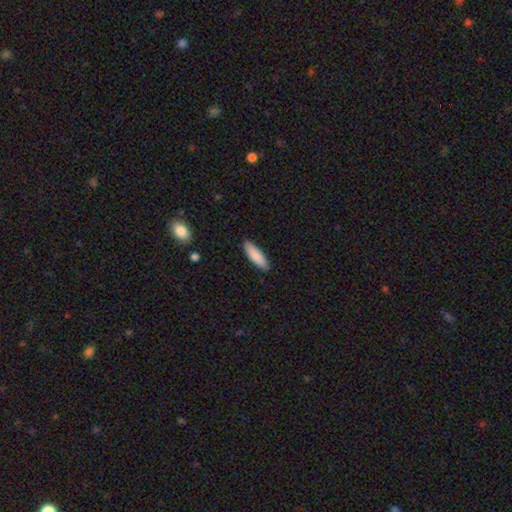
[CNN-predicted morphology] smooth-or-featured: smooth: 86% | featured or disk: 9% | star or artifact: 6%
  how-rounded: cigar-shaped: 54% | in between: 45% | round: 2%
  merging: none: 89% | minor disturbance: 9% | major disturbance: 2% | merger: 1%